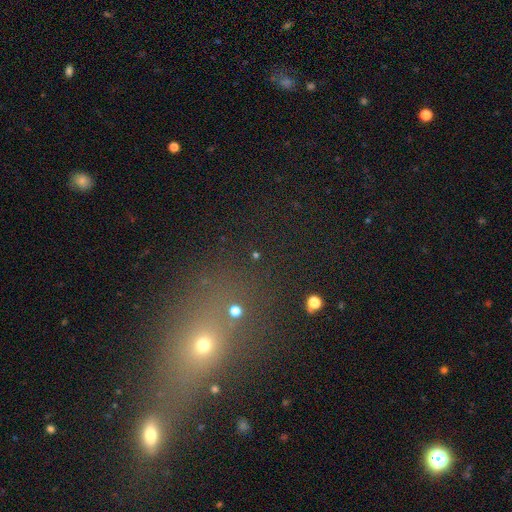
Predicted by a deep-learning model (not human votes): This is possibly a star or artifact rather than a galaxy (52%).